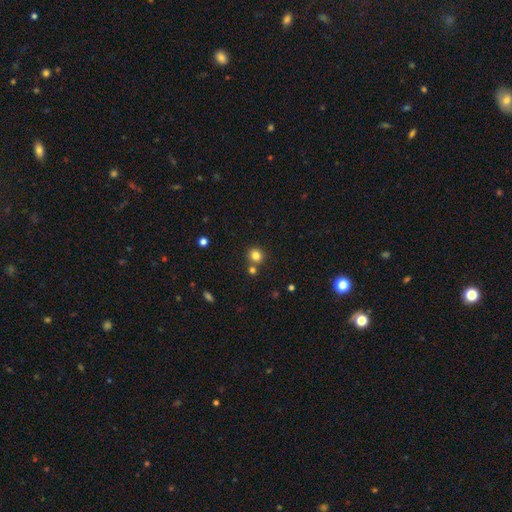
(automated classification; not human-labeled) Morphology: type=smooth (82%); roundness=round (89%); merging=none (73%).